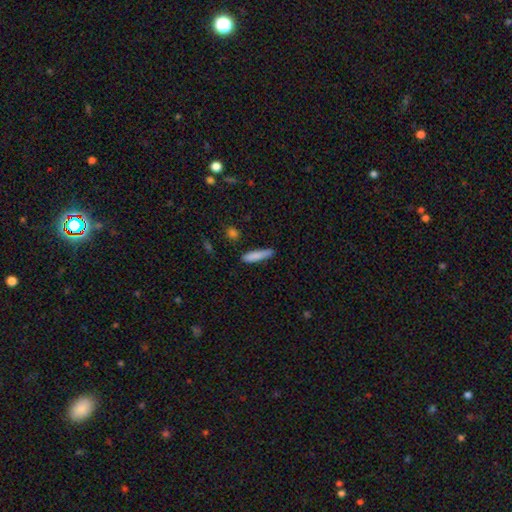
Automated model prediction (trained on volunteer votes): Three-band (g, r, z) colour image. It shows a smooth galaxy with no disk features (83%) that is cigar-shaped (83%). Merging: none (79%).